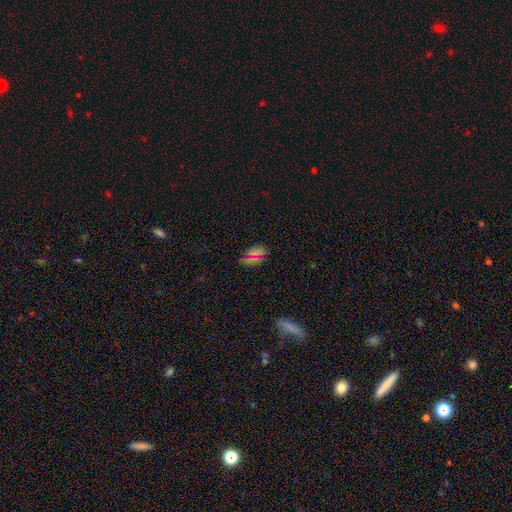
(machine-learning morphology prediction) A smooth galaxy with no disk features (57%) that is in between round and cigar-shaped (82%).

Vote fractions:
- Smooth or featured? smooth: 57% / star or artifact: 32% / featured or disk: 10%
- How rounded? in between: 82% / round: 10% / cigar-shaped: 8%
- Merging? none: 76% / minor disturbance: 15% / major disturbance: 5% / merger: 3%